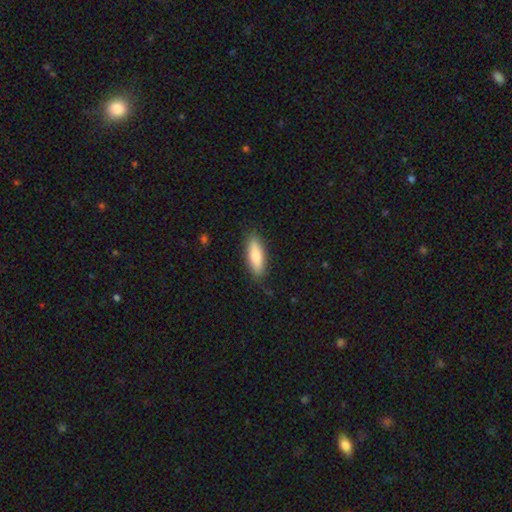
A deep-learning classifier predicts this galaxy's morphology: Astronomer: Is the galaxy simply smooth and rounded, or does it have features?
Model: smooth — 79%.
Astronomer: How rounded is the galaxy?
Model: in between — 53% (runner-up: cigar-shaped, 45%).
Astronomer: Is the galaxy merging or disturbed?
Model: none — 85%.